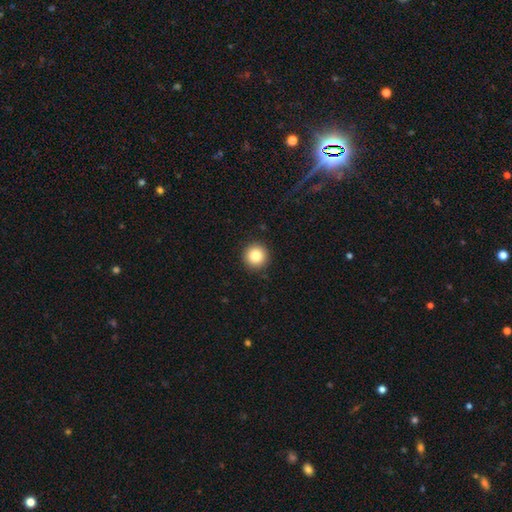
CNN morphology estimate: Smooth or featured?
  - smooth: 84% *
  - star or artifact: 10%
  - featured or disk: 7%
How rounded?
  - round: 96% *
  - in between: 3%
  - cigar-shaped: 1%
Merging?
  - none: 92% *
  - minor disturbance: 5%
  - major disturbance: 2%
  - merger: 1%